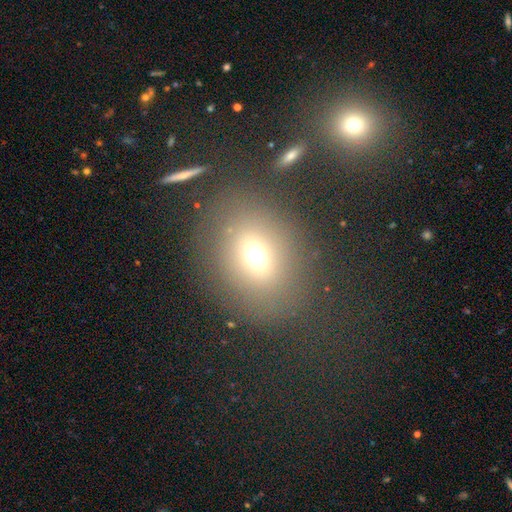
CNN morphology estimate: The model was most divided on "how rounded": in between: 50%, round: 48%, cigar-shaped: 2%. More confident: merging — none (72%); smooth or featured — smooth (67%).